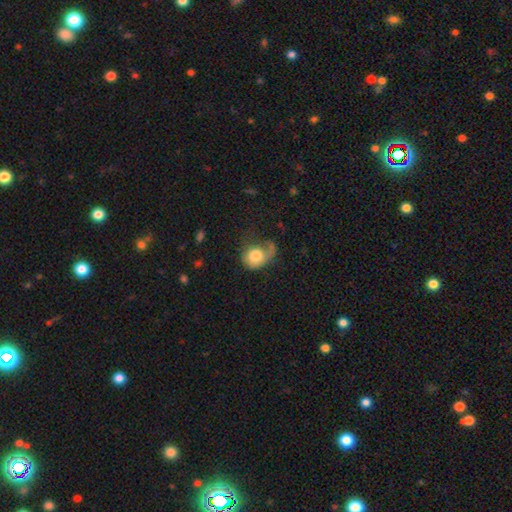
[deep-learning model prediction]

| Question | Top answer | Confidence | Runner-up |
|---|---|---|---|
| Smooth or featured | smooth | 57% | featured or disk (36%) |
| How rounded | round | 55% | in between (44%) |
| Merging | major disturbance | 47% | none (28%) |